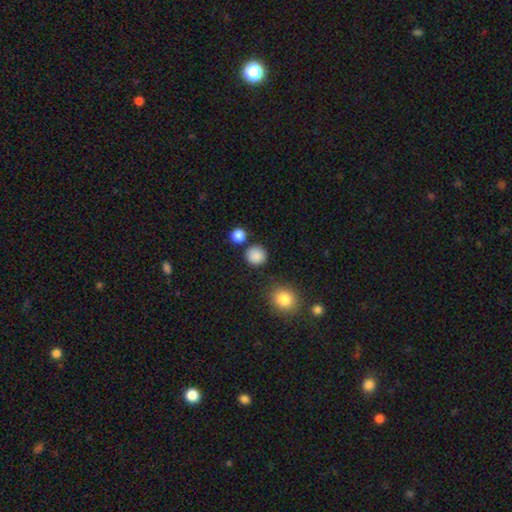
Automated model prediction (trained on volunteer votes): A smooth galaxy with no disk features (87%) that is round (92%).

Vote fractions:
- Smooth or featured? smooth: 87% / star or artifact: 10% / featured or disk: 3%
- How rounded? round: 92% / in between: 7% / cigar-shaped: 1%
- Merging? none: 84% / minor disturbance: 9% / merger: 5% / major disturbance: 3%